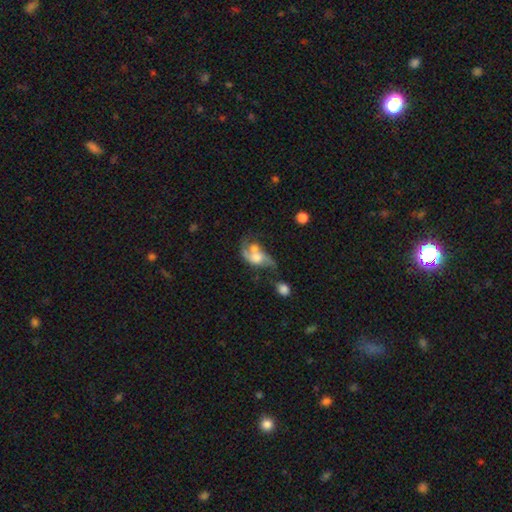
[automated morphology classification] type=featured or disk (64%); edge-on=no (95%); bar=no (71%); spiral arms=yes (74%); bulge=moderate (41%); merging=merger (44%).